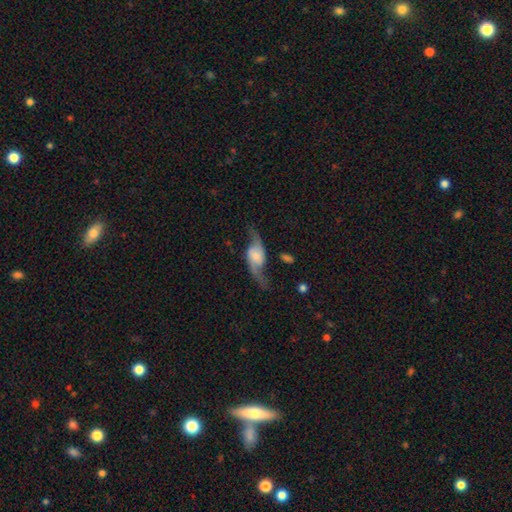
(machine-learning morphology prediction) type=featured or disk (80%); edge-on=no (91%); bar=no (54%); spiral arms=yes (94%); winding=loose (80%); arm count=2 (93%); bulge=small (41%); merging=none (65%).